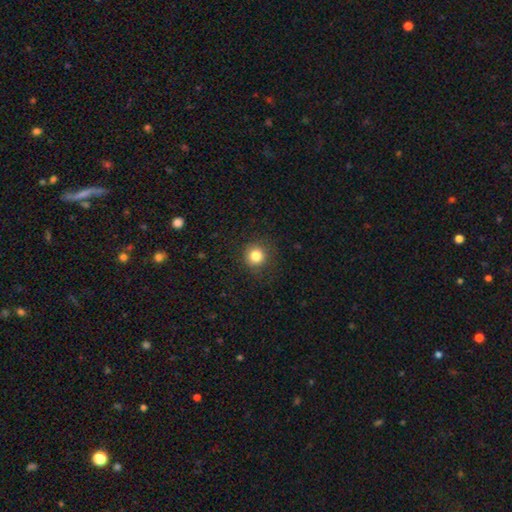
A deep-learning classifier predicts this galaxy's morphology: Smooth or featured: smooth — 83% (star or artifact — 11%)
How rounded: round — 93% (in between — 6%)
Merging: none — 88% (minor disturbance — 8%)